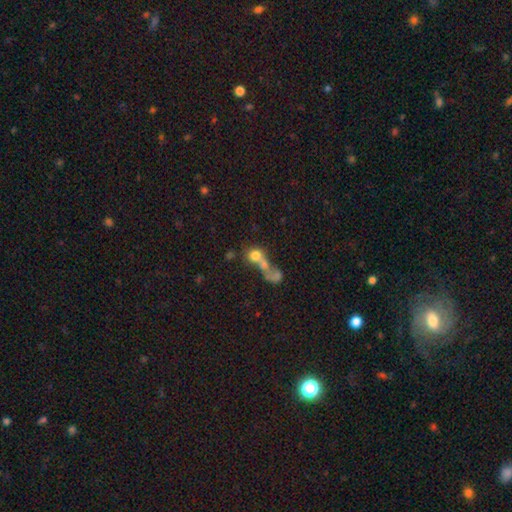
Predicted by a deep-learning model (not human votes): This appears to be a smooth galaxy with no disk features (64%) that is round (66%). Merging: merger (60%).